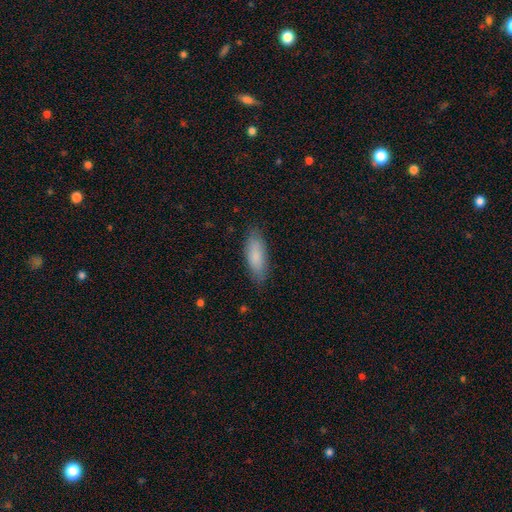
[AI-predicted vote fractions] Q: Smooth or featured?
A: smooth (85%); runner-up: featured or disk (9%)
Q: How rounded?
A: in between (70%); runner-up: cigar-shaped (28%)
Q: Merging?
A: none (83%); runner-up: minor disturbance (13%)